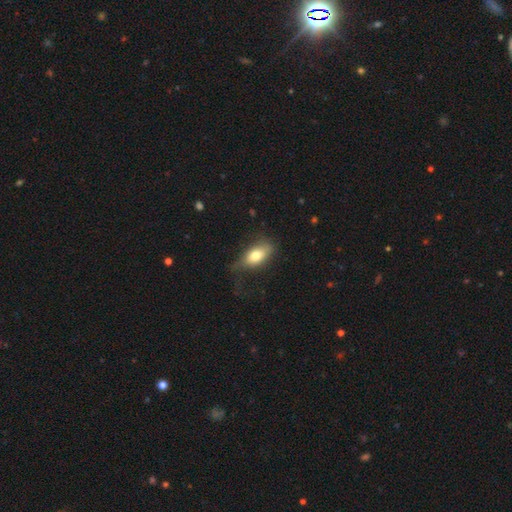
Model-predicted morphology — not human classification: Q: Smooth or featured?
A: smooth (73%); runner-up: featured or disk (20%)
Q: How rounded?
A: in between (87%); runner-up: cigar-shaped (8%)
Q: Merging?
A: none (53%); runner-up: minor disturbance (29%)